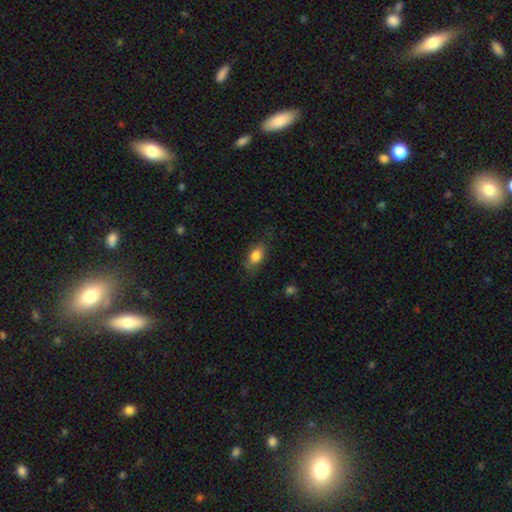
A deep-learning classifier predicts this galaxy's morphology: This appears to be a smooth galaxy with no disk features (81%) that is in between round and cigar-shaped (87%). Merging: none (74%).